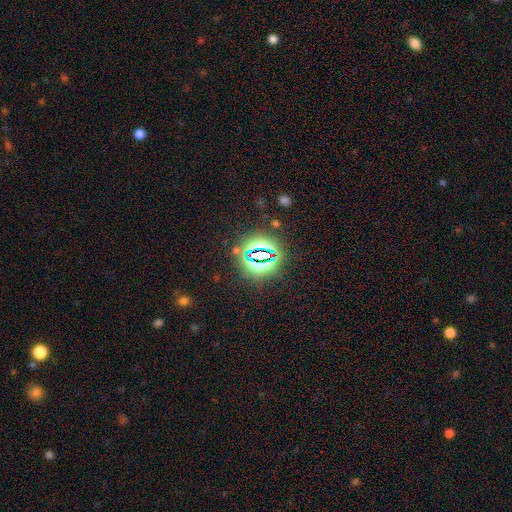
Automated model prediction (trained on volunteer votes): This is clearly a star or artifact rather than a galaxy (82%).